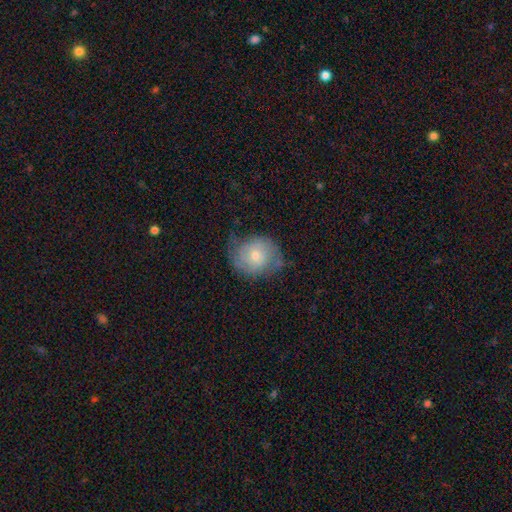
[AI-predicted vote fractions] A featured or disk galaxy (53%) with no bar (76%), spiral arms (79%) and a small central bulge (56%). Merging: none (57%).